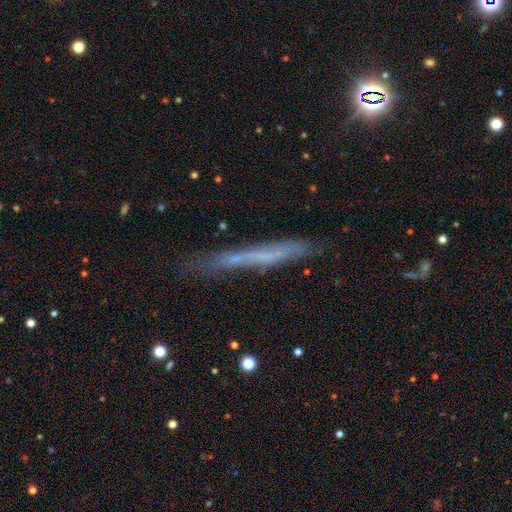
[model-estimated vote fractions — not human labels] Smooth or featured? featured or disk (47%)
Merging? none (71%)